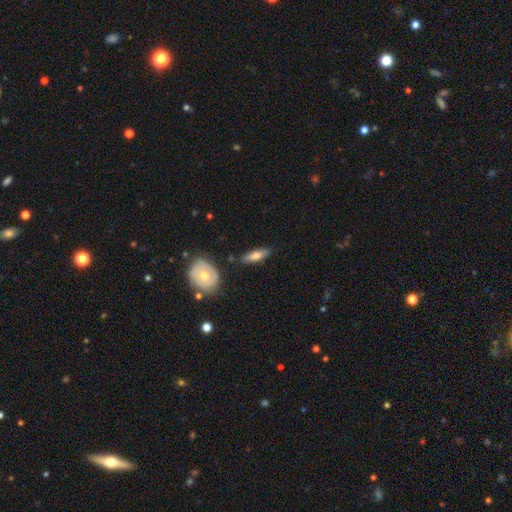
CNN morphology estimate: Smooth or featured? Predicted: smooth (p=0.67). How rounded? Predicted: cigar-shaped (p=0.52). Merging? Predicted: none (p=0.80).